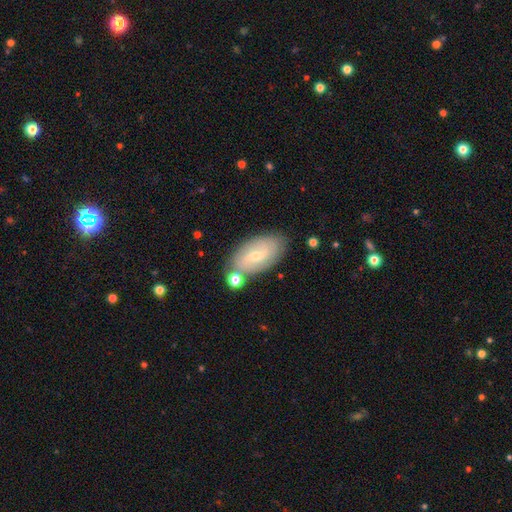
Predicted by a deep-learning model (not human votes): Smooth or featured?
  - featured or disk: 59% *
  - smooth: 33%
  - star or artifact: 7%
Edge-on disk?
  - no: 91% *
  - yes: 9%
Bar?
  - weak: 52% *
  - no: 27%
  - strong: 21%
Spiral arms?
  - yes: 75% *
  - no: 25%
Bulge size?
  - small: 61% *
  - moderate: 35%
  - none: 2%
  - large: 1%
  - dominant: 1%
Merging?
  - none: 77% *
  - minor disturbance: 13%
  - merger: 6%
  - major disturbance: 3%